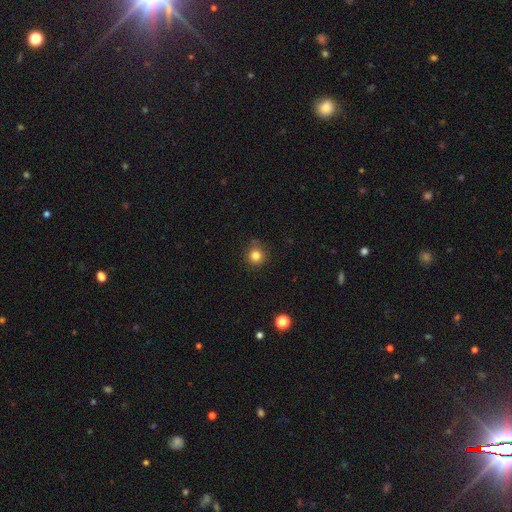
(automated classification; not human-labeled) A smooth galaxy with no disk features (81%) that is round (93%). Merging: none (82%).